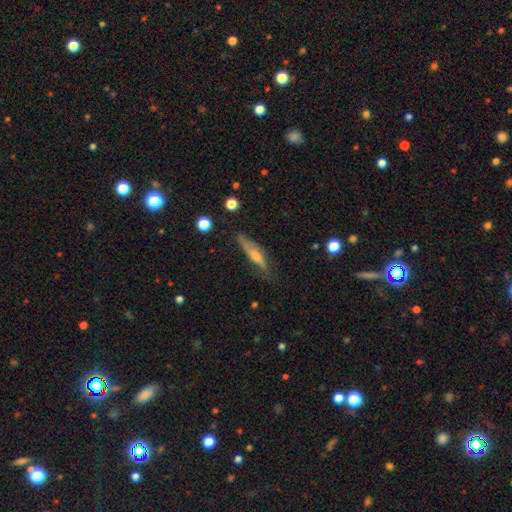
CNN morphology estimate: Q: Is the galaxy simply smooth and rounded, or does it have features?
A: featured or disk — 49%.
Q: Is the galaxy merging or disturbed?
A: none — 68%.